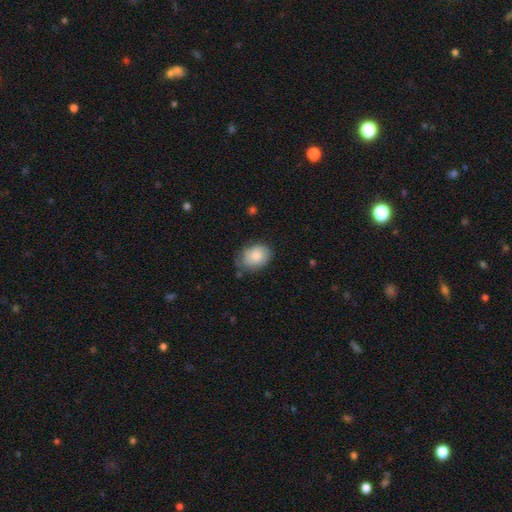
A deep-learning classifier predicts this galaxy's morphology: Q: Smooth or featured?
A: smooth (81%); runner-up: featured or disk (13%)
Q: How rounded?
A: in between (68%); runner-up: round (31%)
Q: Merging?
A: none (65%); runner-up: minor disturbance (27%)